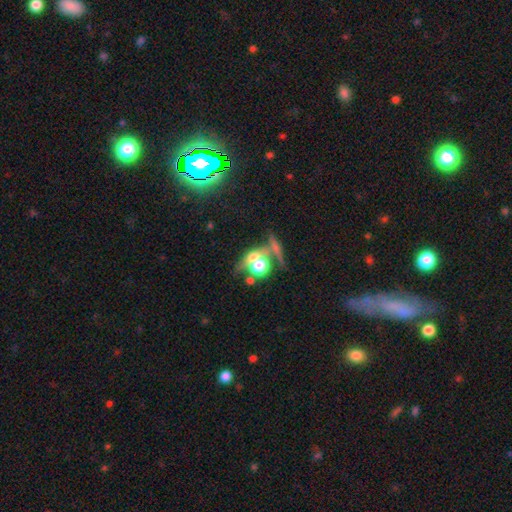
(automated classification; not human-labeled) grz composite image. It shows a star or artifact, not a galaxy (36%, tied with featured or disk).